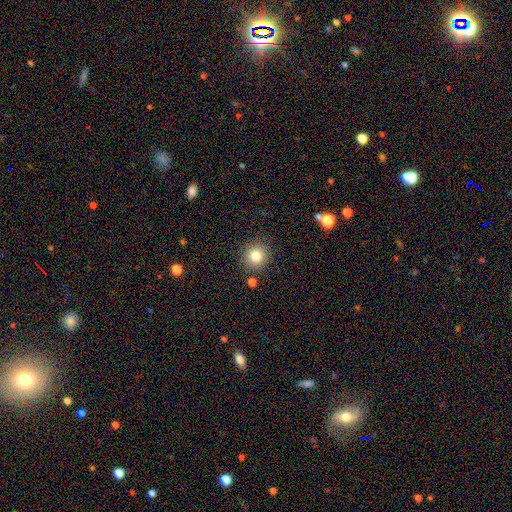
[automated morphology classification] Smooth or featured? smooth (81%)
How rounded? round (90%)
Merging? none (87%)